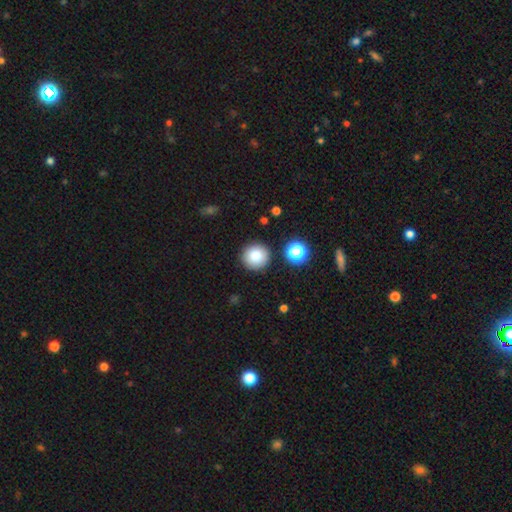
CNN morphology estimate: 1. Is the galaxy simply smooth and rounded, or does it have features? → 82% smooth, 11% star or artifact, 7% featured or disk.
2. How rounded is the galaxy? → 95% round, 4% in between, 1% cigar-shaped.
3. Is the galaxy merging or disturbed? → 88% none, 7% minor disturbance, 3% merger, 2% major disturbance.